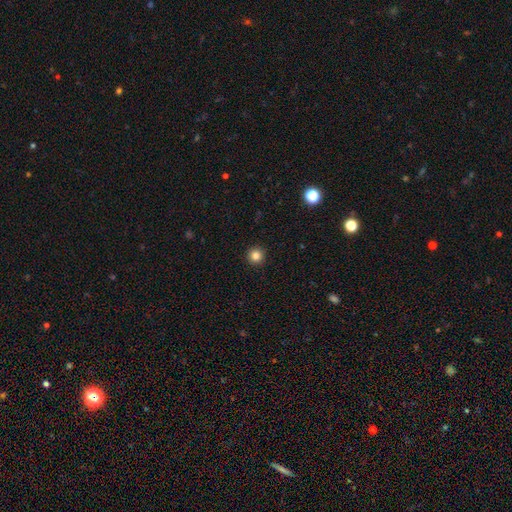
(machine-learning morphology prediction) Smooth or featured?
  - smooth: 84% *
  - star or artifact: 12%
  - featured or disk: 4%
How rounded?
  - round: 96% *
  - in between: 3%
  - cigar-shaped: 1%
Merging?
  - none: 93% *
  - minor disturbance: 4%
  - major disturbance: 2%
  - merger: 1%